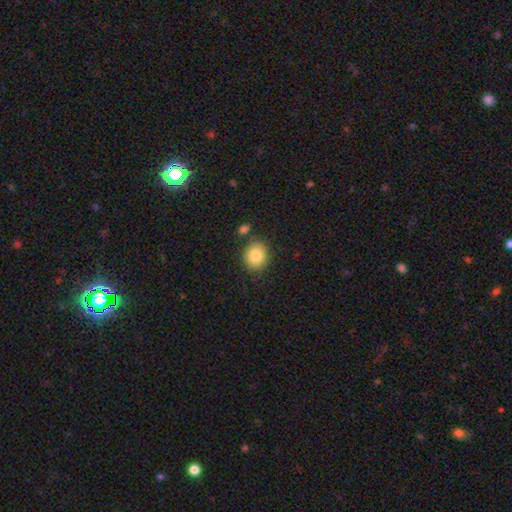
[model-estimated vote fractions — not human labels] Morphology: type=smooth (84%); roundness=round (64%); merging=none (81%).